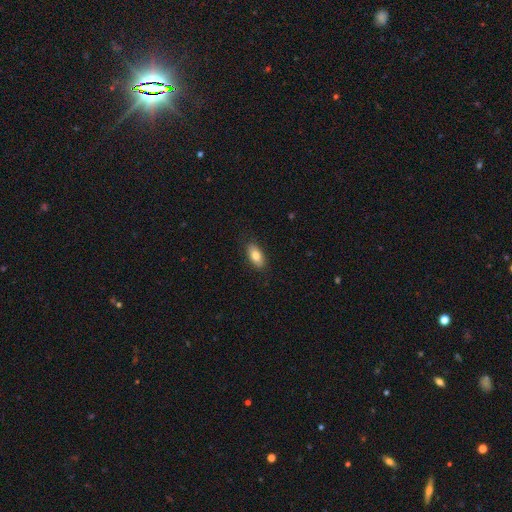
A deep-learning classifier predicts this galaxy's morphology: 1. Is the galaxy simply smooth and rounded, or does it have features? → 79% smooth, 14% featured or disk, 7% star or artifact.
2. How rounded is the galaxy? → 88% in between, 8% cigar-shaped, 3% round.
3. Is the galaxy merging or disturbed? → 86% none, 11% minor disturbance, 2% major disturbance, 1% merger.